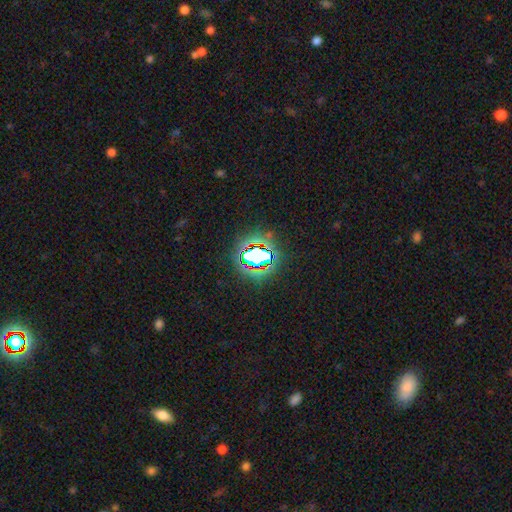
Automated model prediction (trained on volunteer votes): A star or artifact, not a galaxy (75%).